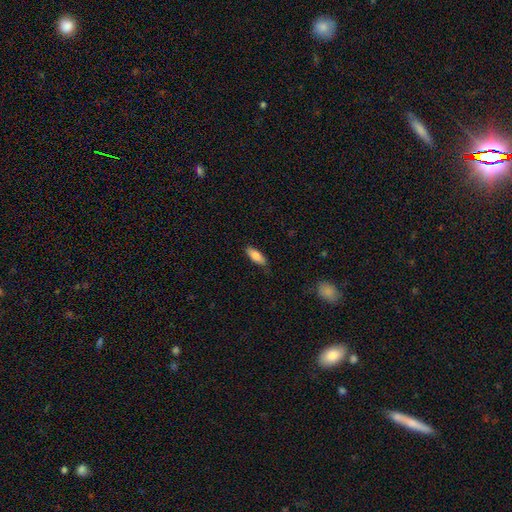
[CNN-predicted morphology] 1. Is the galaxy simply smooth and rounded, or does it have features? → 82% smooth, 12% featured or disk, 6% star or artifact.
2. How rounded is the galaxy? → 68% in between, 30% cigar-shaped, 2% round.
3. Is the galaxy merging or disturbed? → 80% none, 16% minor disturbance, 3% major disturbance, 1% merger.